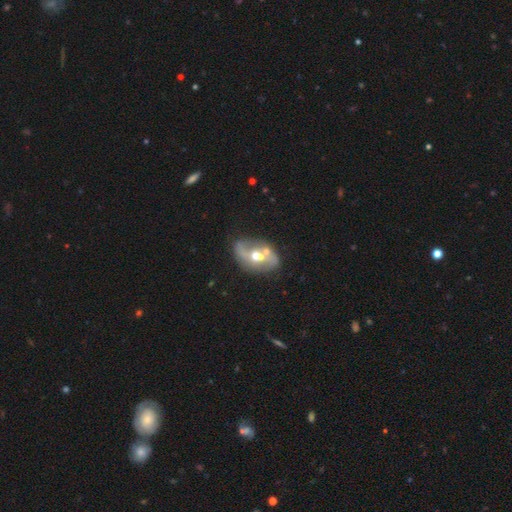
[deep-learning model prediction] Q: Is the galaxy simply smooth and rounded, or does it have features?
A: featured or disk — 72%.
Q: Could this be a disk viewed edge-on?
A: no — 95%.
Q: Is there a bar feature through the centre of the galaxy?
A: no — 51%.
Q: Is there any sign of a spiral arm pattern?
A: yes — 68%.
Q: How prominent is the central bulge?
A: moderate — 73%.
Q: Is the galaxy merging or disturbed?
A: none — 56%.